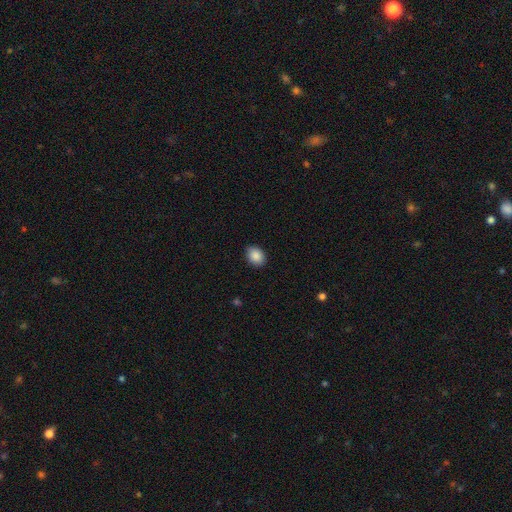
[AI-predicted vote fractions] smooth-or-featured: smooth: 89% | star or artifact: 8% | featured or disk: 3%
  how-rounded: in between: 65% | round: 34% | cigar-shaped: 1%
  merging: none: 88% | minor disturbance: 9% | major disturbance: 2% | merger: 1%